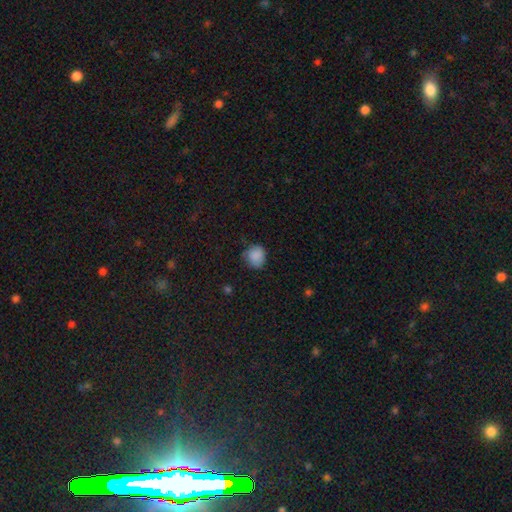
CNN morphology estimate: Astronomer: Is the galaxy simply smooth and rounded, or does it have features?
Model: smooth — 85%.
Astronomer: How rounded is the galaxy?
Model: round — 77%.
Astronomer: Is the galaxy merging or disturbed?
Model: none — 63%.